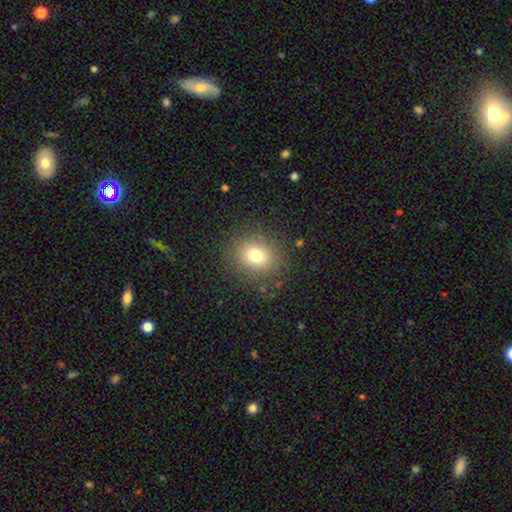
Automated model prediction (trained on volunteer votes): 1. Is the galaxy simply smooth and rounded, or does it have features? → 74% smooth, 14% star or artifact, 11% featured or disk.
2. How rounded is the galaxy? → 73% round, 26% in between, 1% cigar-shaped.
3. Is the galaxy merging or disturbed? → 85% none, 9% minor disturbance, 5% major disturbance, 1% merger.